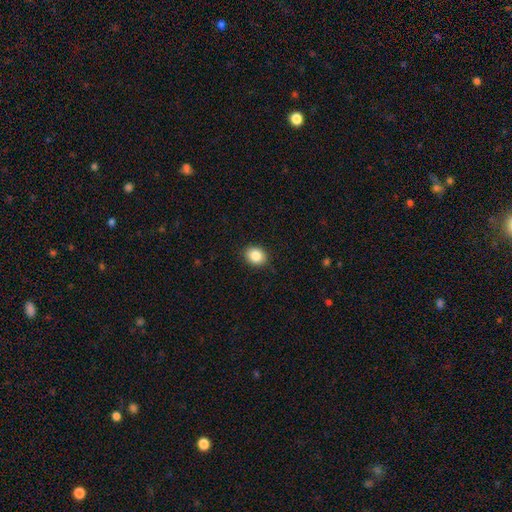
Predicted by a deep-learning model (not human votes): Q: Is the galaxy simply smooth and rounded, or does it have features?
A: smooth — 86%.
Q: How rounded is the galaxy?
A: round — 55%.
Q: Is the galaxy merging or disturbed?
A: none — 89%.